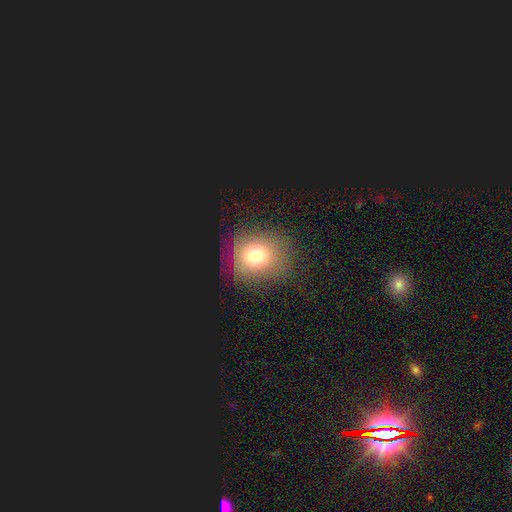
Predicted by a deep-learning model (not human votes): A smooth galaxy with no disk features (70%) that is round (77%).

Vote fractions:
- Smooth or featured? smooth: 70% / star or artifact: 16% / featured or disk: 14%
- How rounded? round: 77% / in between: 22% / cigar-shaped: 1%
- Merging? none: 75% / minor disturbance: 14% / major disturbance: 9% / merger: 1%